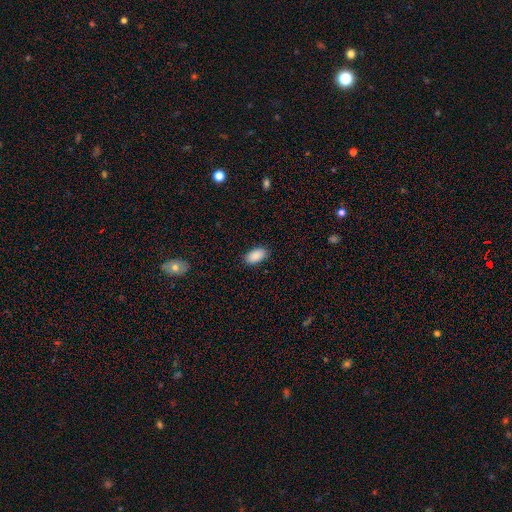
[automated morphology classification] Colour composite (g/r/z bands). It shows a smooth galaxy with no disk features (89%) that is in between round and cigar-shaped (94%). Merging: none (87%).